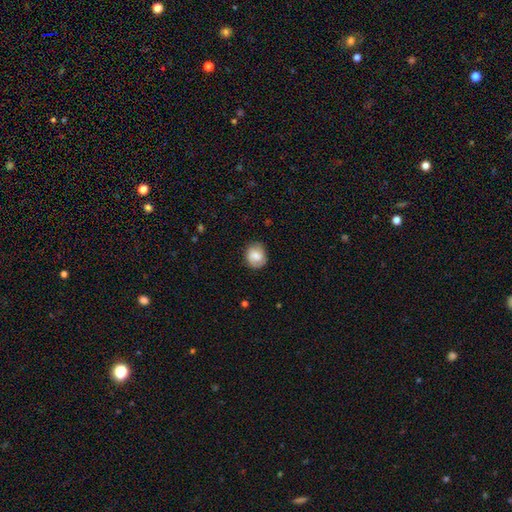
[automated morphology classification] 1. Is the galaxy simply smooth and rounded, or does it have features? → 71% smooth, 21% featured or disk, 8% star or artifact.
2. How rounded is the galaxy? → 71% round, 28% in between, 1% cigar-shaped.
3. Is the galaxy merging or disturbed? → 79% none, 16% minor disturbance, 4% major disturbance, 1% merger.